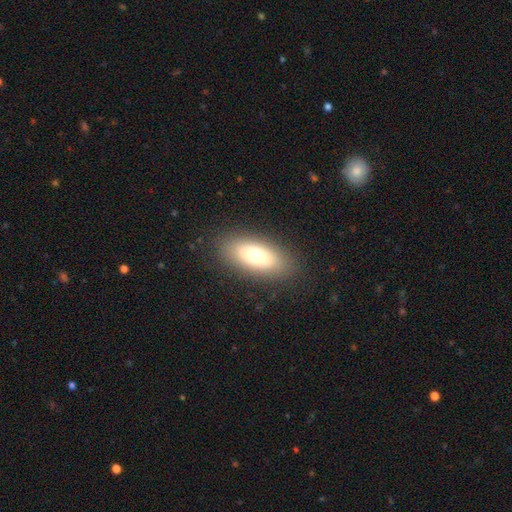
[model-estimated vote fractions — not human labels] A smooth galaxy with no disk features (72%) that is in between round and cigar-shaped (84%). Merging: none (87%).